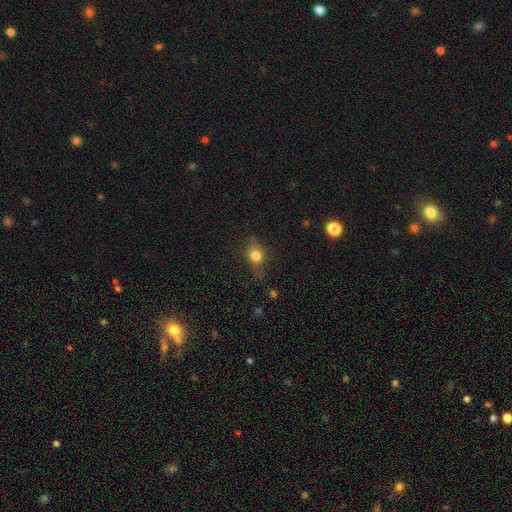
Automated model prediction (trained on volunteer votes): smooth-or-featured: smooth: 68% | featured or disk: 19% | star or artifact: 12%
  how-rounded: in between: 48% | round: 45% | cigar-shaped: 7%
  merging: none: 67% | minor disturbance: 23% | major disturbance: 9% | merger: 2%